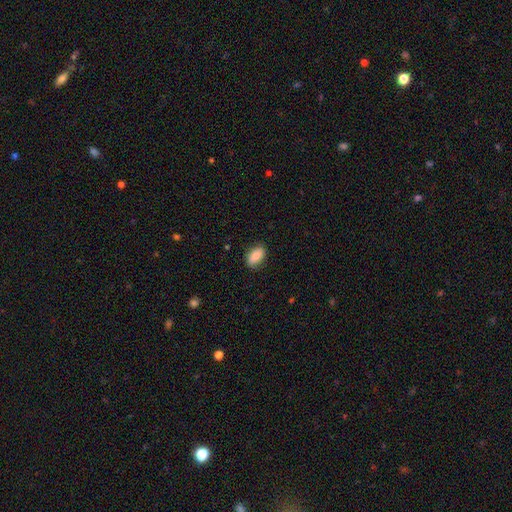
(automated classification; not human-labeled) A smooth galaxy with no disk features (83%) that is in between round and cigar-shaped (90%).

Vote fractions:
- Smooth or featured? smooth: 83% / featured or disk: 10% / star or artifact: 7%
- How rounded? in between: 90% / round: 6% / cigar-shaped: 4%
- Merging? none: 83% / minor disturbance: 13% / major disturbance: 3% / merger: 1%